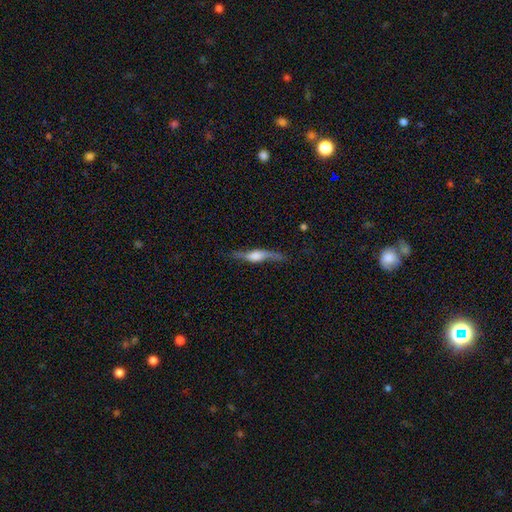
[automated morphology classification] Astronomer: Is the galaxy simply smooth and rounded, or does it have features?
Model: featured or disk — 65%.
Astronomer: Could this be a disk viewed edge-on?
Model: yes — 84%.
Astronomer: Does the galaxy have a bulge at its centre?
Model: rounded — 75%.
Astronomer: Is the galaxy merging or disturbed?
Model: none — 69%.